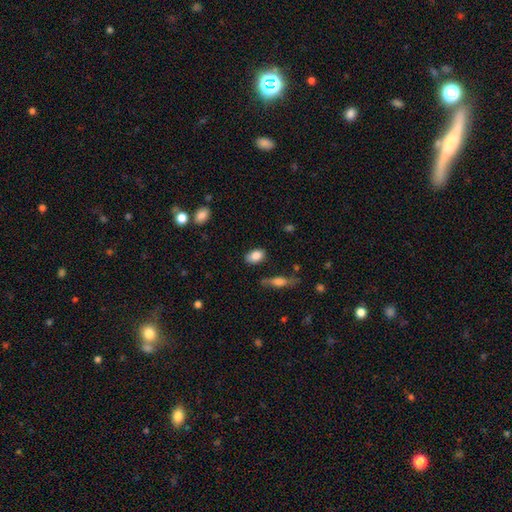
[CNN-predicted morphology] type=smooth (85%); roundness=in between (86%); merging=none (77%).